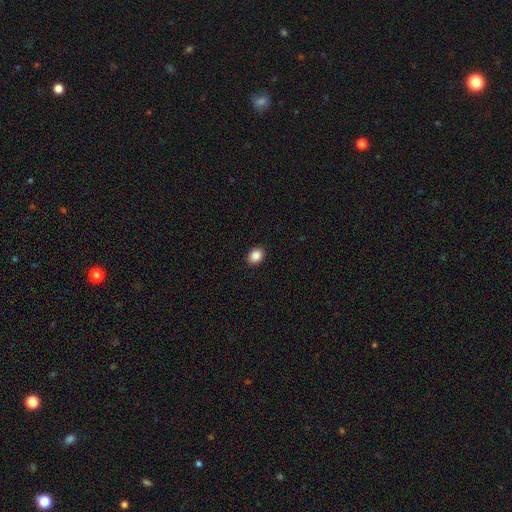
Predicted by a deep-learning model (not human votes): A smooth galaxy with no disk features (87%) that is in between round and cigar-shaped (58%).

Vote fractions:
- Smooth or featured? smooth: 87% / star or artifact: 9% / featured or disk: 4%
- How rounded? in between: 58% / round: 41% / cigar-shaped: 1%
- Merging? none: 91% / minor disturbance: 6% / major disturbance: 2% / merger: 1%